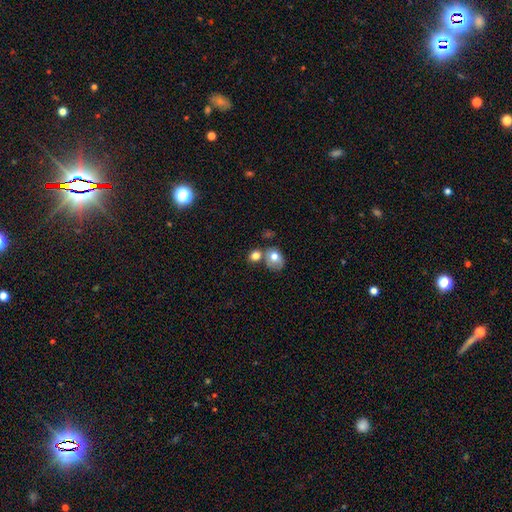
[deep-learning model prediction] smooth 74%, featured or disk 15%, star or artifact 10%. Down the decision tree: how rounded — round (56%); merging — none (45%).